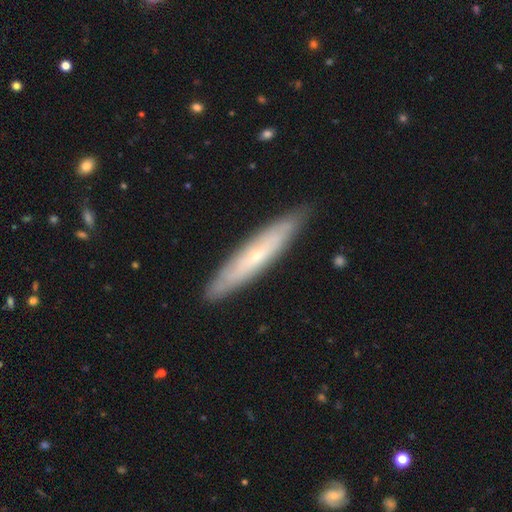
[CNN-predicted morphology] Q: Smooth or featured?
A: featured or disk (55%); runner-up: smooth (39%)
Q: Edge-on disk?
A: yes (68%); runner-up: no (32%)
Q: Merging?
A: none (87%); runner-up: minor disturbance (10%)